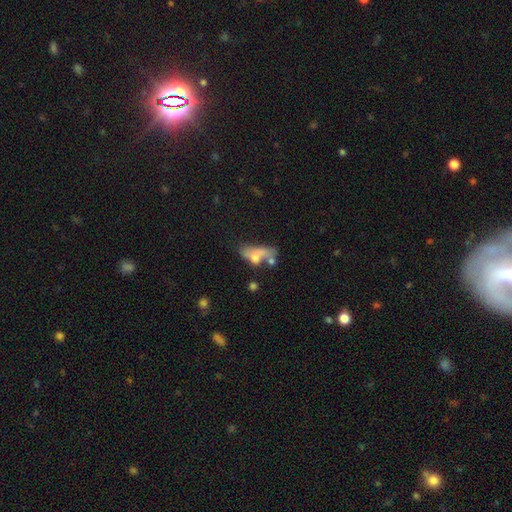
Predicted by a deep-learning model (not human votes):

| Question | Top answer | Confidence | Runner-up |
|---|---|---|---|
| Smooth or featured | smooth | 55% | featured or disk (32%) |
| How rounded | in between | 69% | cigar-shaped (20%) |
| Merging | merger | 40% | major disturbance (23%) |